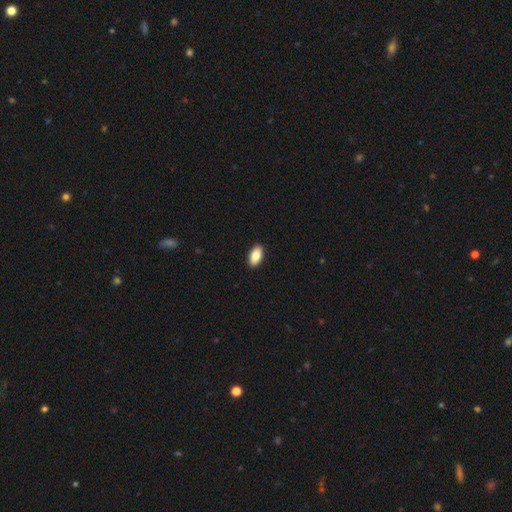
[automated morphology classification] This appears to be a smooth galaxy with no disk features (84%) that is in between round and cigar-shaped (93%). Merging: none (91%).